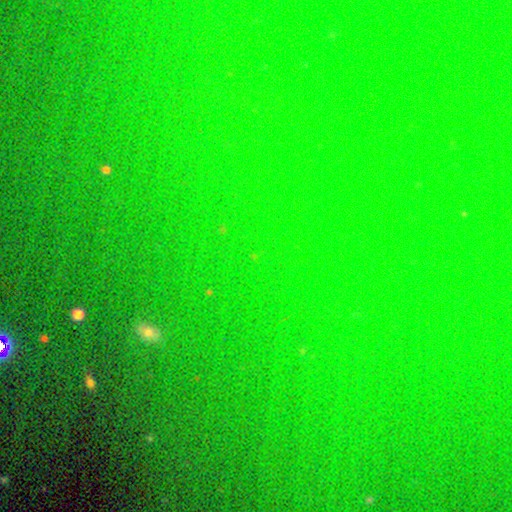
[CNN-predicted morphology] Smooth or featured?
  - star or artifact: 73% *
  - smooth: 17%
  - featured or disk: 9%